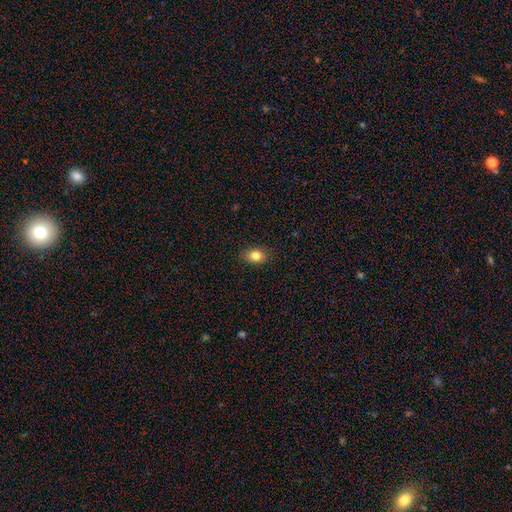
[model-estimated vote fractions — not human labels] Q: Smooth or featured?
A: smooth (82%); runner-up: star or artifact (10%)
Q: How rounded?
A: in between (73%); runner-up: round (26%)
Q: Merging?
A: none (88%); runner-up: minor disturbance (9%)